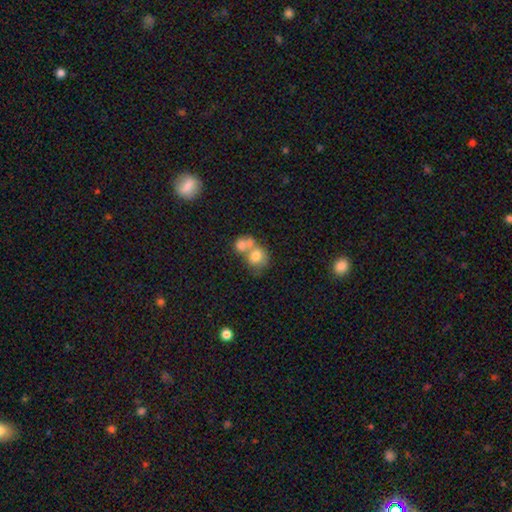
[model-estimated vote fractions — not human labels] smooth 68%, featured or disk 23%, star or artifact 10%. Down the decision tree: how rounded — round (58%); merging — merger (64%).